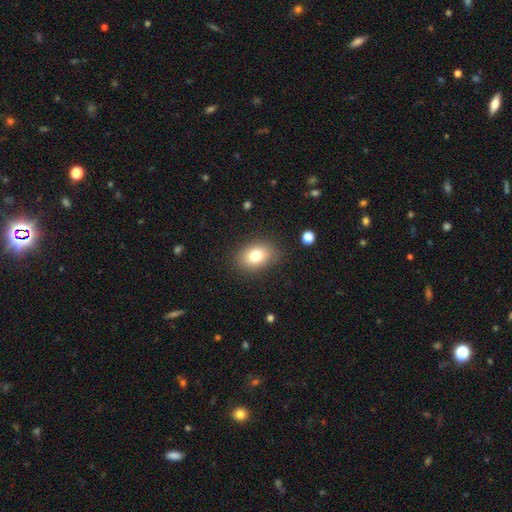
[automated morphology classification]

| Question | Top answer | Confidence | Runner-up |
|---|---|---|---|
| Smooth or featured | smooth | 78% | featured or disk (12%) |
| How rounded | in between | 72% | round (27%) |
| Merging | none | 84% | minor disturbance (12%) |